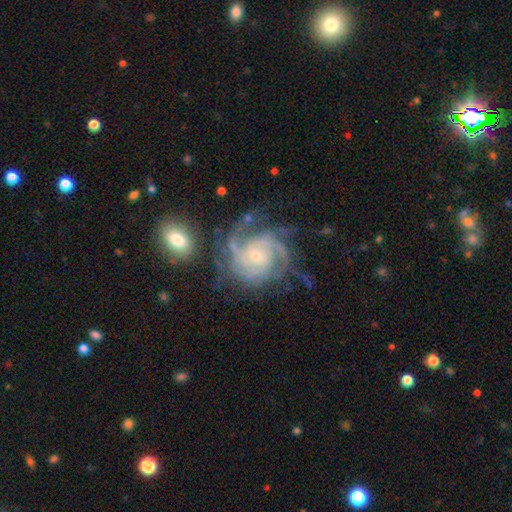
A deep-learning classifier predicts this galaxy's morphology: Smooth or featured?
  - featured or disk: 90% *
  - star or artifact: 5%
  - smooth: 5%
Edge-on disk?
  - no: 98% *
  - yes: 2%
Bar?
  - no: 56% *
  - weak: 36%
  - strong: 8%
Spiral arms?
  - yes: 98% *
  - no: 2%
Spiral winding?
  - tight: 58% *
  - medium: 35%
  - loose: 7%
Spiral arm count?
  - 3: 35% *
  - 2: 20%
  - can't tell: 18%
  - 4: 15%
  - more than 4: 6%
  - 1: 6%
Bulge size?
  - small: 69% *
  - moderate: 26%
  - none: 2%
  - large: 1%
  - dominant: 1%
Merging?
  - none: 60% *
  - minor disturbance: 20%
  - major disturbance: 15%
  - merger: 5%